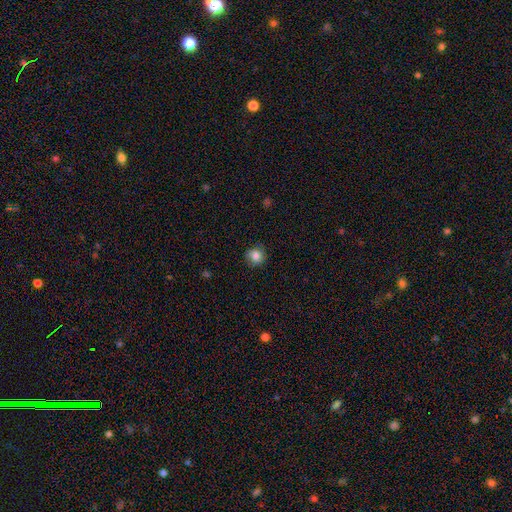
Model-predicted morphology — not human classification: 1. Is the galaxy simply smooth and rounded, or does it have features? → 81% smooth, 10% star or artifact, 9% featured or disk.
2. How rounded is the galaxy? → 87% round, 12% in between, 1% cigar-shaped.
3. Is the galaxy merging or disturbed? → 81% none, 15% minor disturbance, 4% major disturbance, 1% merger.